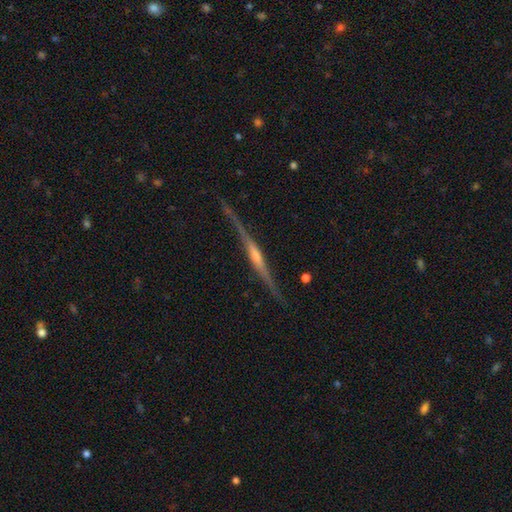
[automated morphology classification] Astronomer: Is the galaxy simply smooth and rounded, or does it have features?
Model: featured or disk — 81%.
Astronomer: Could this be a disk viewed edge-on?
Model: yes — 97%.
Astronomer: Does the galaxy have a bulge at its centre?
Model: rounded — 57%.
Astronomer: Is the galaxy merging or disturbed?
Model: none — 81%.